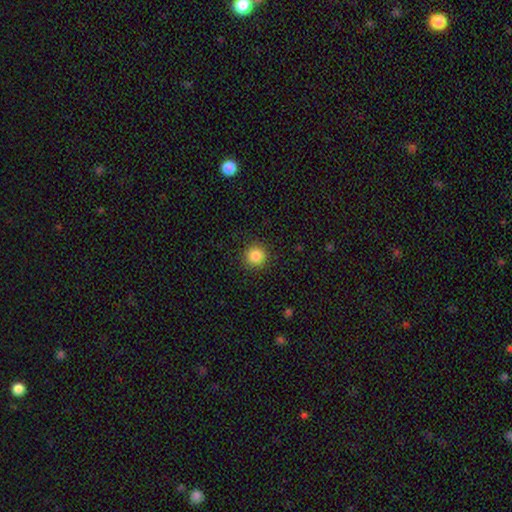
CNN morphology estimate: A smooth galaxy with no disk features (86%) that is round (94%). Merging: none (92%).